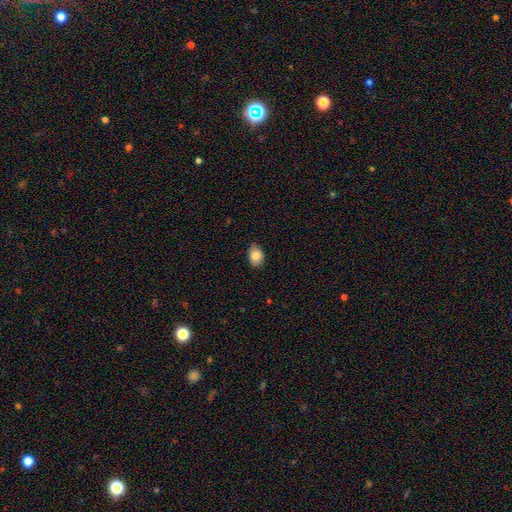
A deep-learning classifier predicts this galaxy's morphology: A smooth galaxy with no disk features (85%) that is in between round and cigar-shaped (75%).

Vote fractions:
- Smooth or featured? smooth: 85% / featured or disk: 8% / star or artifact: 8%
- How rounded? in between: 75% / round: 24% / cigar-shaped: 1%
- Merging? none: 78% / minor disturbance: 18% / major disturbance: 3% / merger: 1%